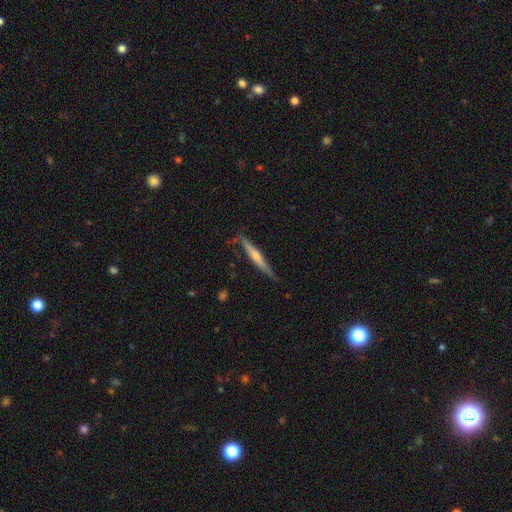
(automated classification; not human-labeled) This appears to be a featured or disk galaxy (67%) viewed edge-on (96%) with a rounded central bulge (78%). Merging: none (80%).